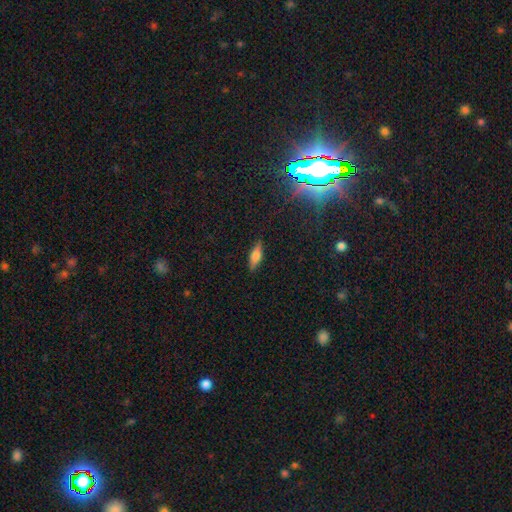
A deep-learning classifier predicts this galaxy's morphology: type=smooth (66%); roundness=in between (57%); merging=none (86%).